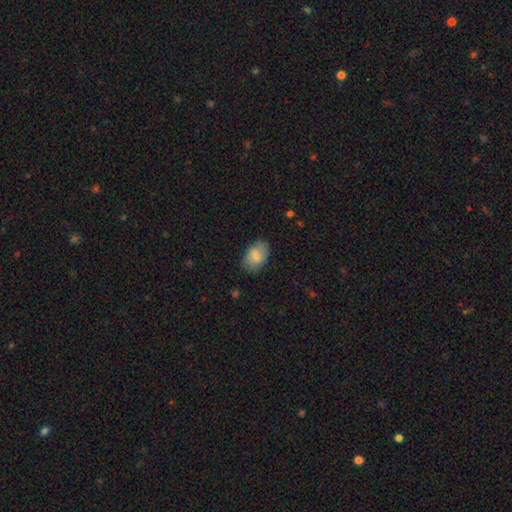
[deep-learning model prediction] Smooth or featured? Predicted: smooth (p=0.69). How rounded? Predicted: in between (p=0.88). Merging? Predicted: none (p=0.77).